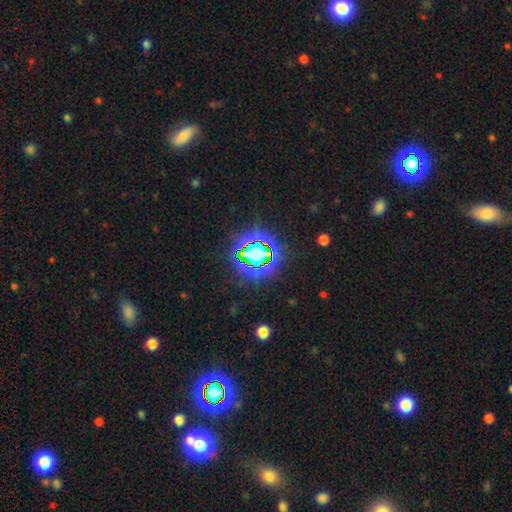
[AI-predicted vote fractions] Overall: star or artifact (79%).